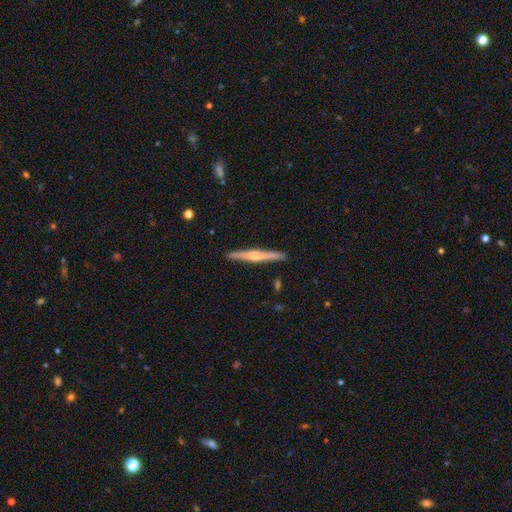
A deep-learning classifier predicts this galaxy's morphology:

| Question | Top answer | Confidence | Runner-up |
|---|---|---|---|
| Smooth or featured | featured or disk | 62% | smooth (32%) |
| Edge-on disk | yes | 98% | no (2%) |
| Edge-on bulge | rounded | 73% | none (14%) |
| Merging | none | 91% | minor disturbance (7%) |